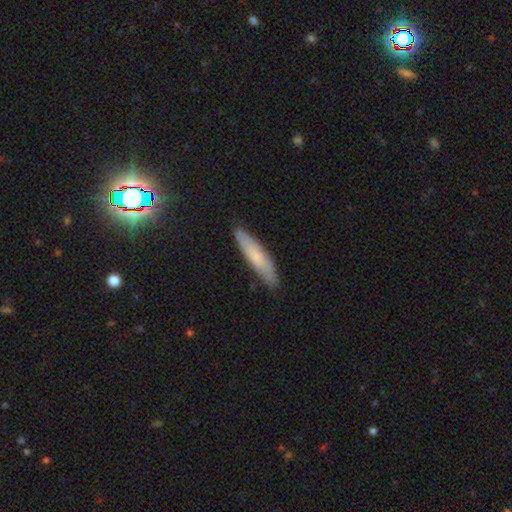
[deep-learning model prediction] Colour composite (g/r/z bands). It shows a smooth galaxy with no disk features (66%) that is cigar-shaped (83%). Merging: none (85%).